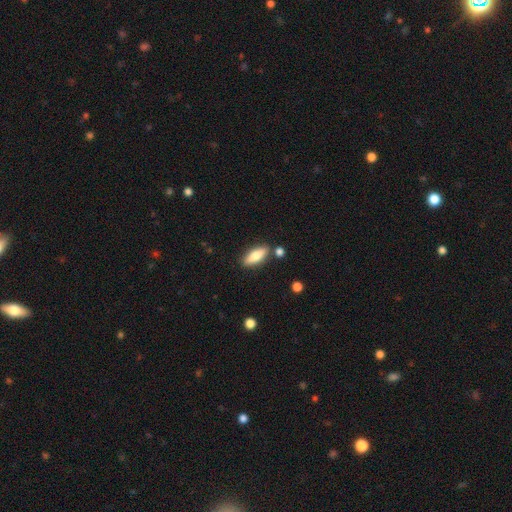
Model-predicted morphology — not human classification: smooth-or-featured: smooth: 72% | featured or disk: 22% | star or artifact: 6%
  how-rounded: in between: 66% | cigar-shaped: 31% | round: 3%
  merging: none: 82% | minor disturbance: 10% | merger: 5% | major disturbance: 2%